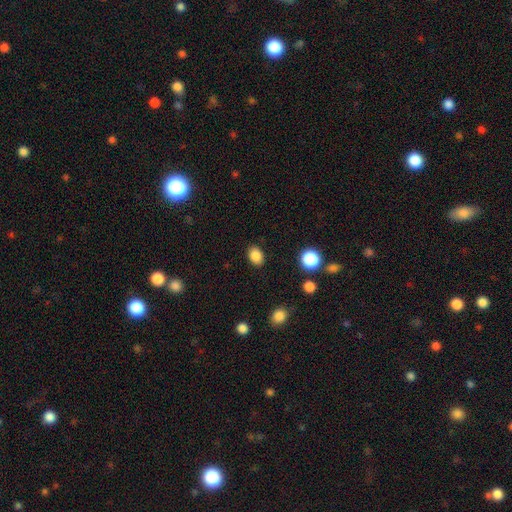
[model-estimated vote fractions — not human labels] Smooth or featured? Predicted: smooth (p=0.86). How rounded? Predicted: in between (p=0.69). Merging? Predicted: none (p=0.88).